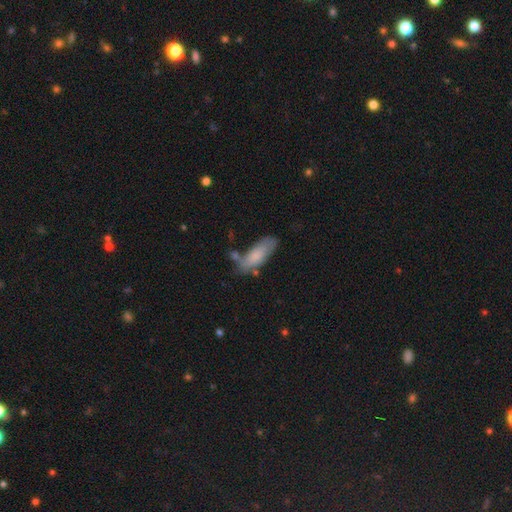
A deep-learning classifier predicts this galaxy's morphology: Smooth or featured: smooth — 78% (featured or disk — 15%)
How rounded: in between — 66% (cigar-shaped — 32%)
Merging: none — 57% (minor disturbance — 25%)